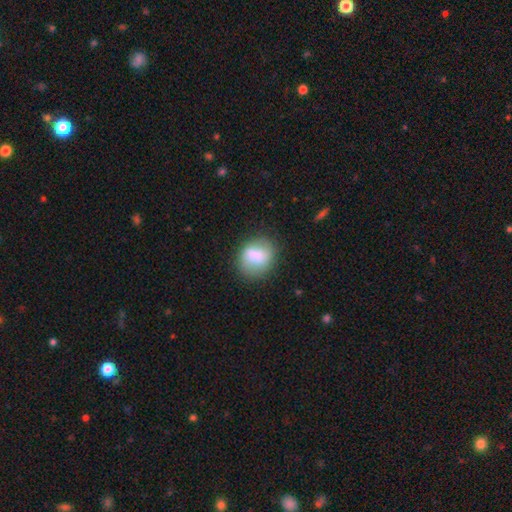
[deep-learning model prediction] Morphology: type=smooth (76%); roundness=round (59%); merging=none (70%).